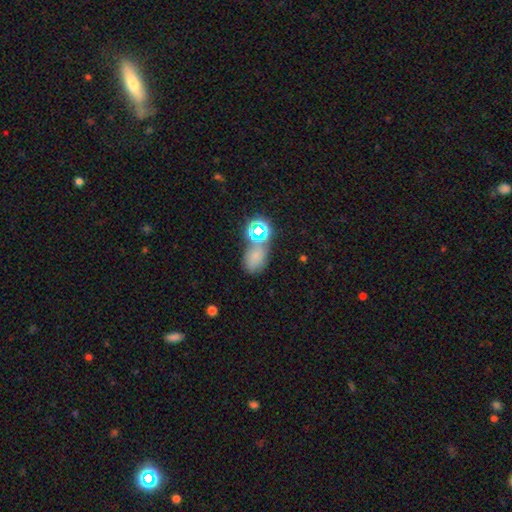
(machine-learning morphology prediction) Overall: smooth (62%; star or artifact 28%). How rounded: in between (68%; round 31%). Merging: none (54%; merger 23%).